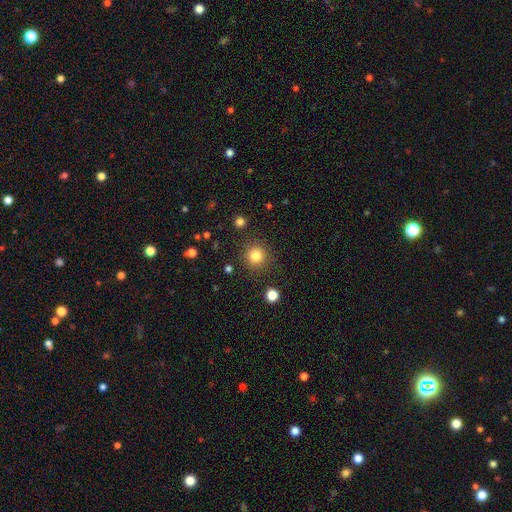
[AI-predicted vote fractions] smooth-or-featured: smooth: 82% | star or artifact: 12% | featured or disk: 5%
  how-rounded: round: 94% | in between: 5% | cigar-shaped: 1%
  merging: none: 88% | minor disturbance: 7% | major disturbance: 3% | merger: 2%